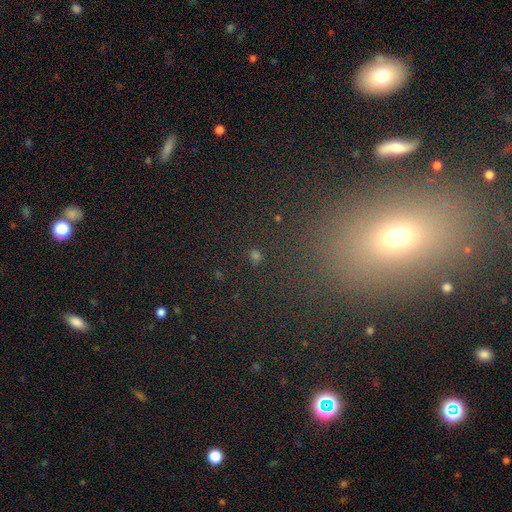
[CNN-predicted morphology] Q: Smooth or featured?
A: smooth (55%); runner-up: star or artifact (37%)
Q: How rounded?
A: round (71%); runner-up: in between (27%)
Q: Merging?
A: none (81%); runner-up: minor disturbance (9%)